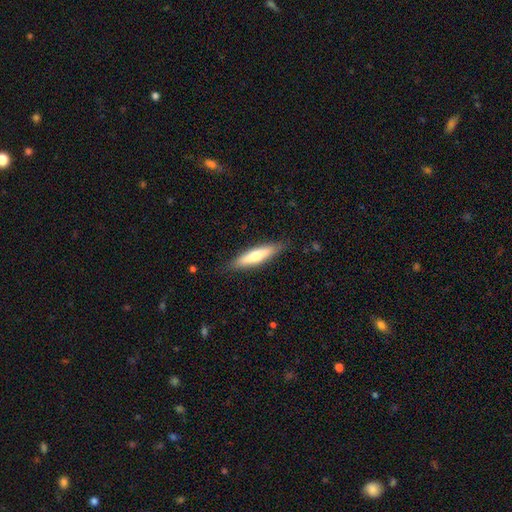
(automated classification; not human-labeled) Smooth or featured?
  - smooth: 60% *
  - featured or disk: 34%
  - star or artifact: 6%
How rounded?
  - cigar-shaped: 78% *
  - in between: 21%
  - round: 1%
Merging?
  - none: 86% *
  - minor disturbance: 11%
  - major disturbance: 2%
  - merger: 1%